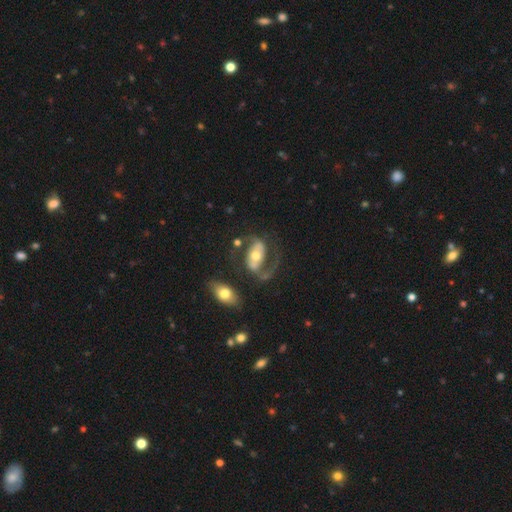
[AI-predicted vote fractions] A featured or disk galaxy (76%) with a strong bar (36%), 2 (80%) medium (46%) spiral arms (83%) and a moderate central bulge (67%).

Vote fractions:
- Smooth or featured? featured or disk: 76% / smooth: 18% / star or artifact: 6%
- Edge-on disk? no: 95% / yes: 5%
- Bar? strong: 36% / no: 34% / weak: 29%
- Spiral arms? yes: 83% / no: 17%
- Spiral winding? medium: 46% / loose: 37% / tight: 17%
- Spiral arm count? 2: 80% / 1: 12% / can't tell: 5% / 3: 1% / 4: 1% / more than 4: 1%
- Bulge size? moderate: 67% / small: 18% / large: 12% / dominant: 2% / none: 1%
- Merging? none: 49% / major disturbance: 25% / minor disturbance: 16% / merger: 10%